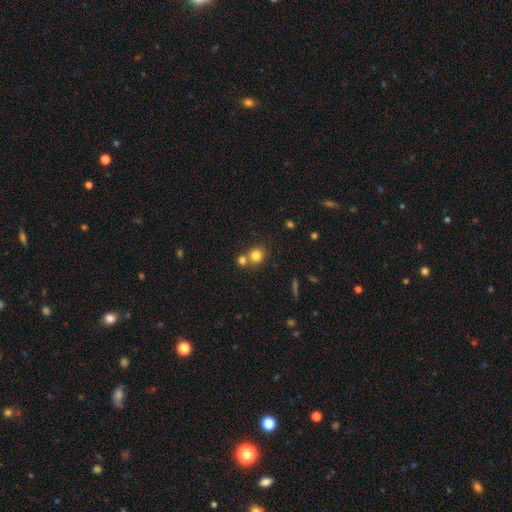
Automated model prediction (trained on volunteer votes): Morphology: type=smooth (81%); roundness=round (85%); merging=none (55%).